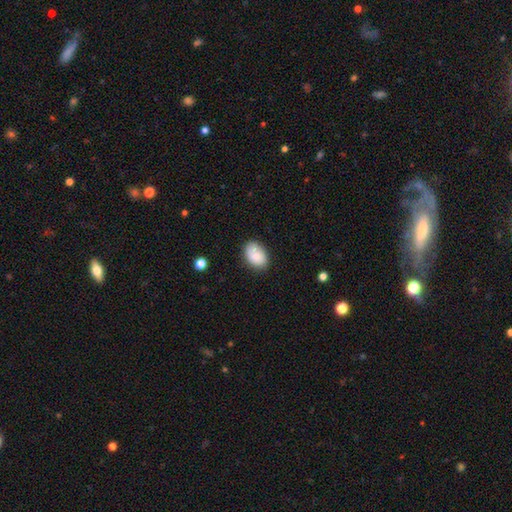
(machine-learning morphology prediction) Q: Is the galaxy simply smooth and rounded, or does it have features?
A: smooth — 80%.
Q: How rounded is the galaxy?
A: in between — 83%.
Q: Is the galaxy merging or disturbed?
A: none — 74%.